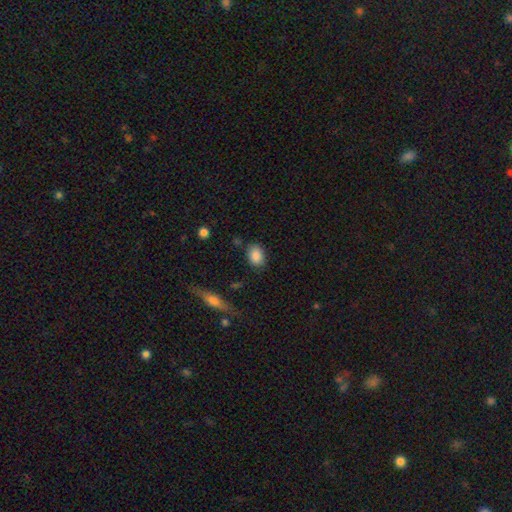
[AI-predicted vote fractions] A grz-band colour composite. It shows a smooth galaxy with no disk features (87%) that is in between round and cigar-shaped (76%). Merging: none (80%).